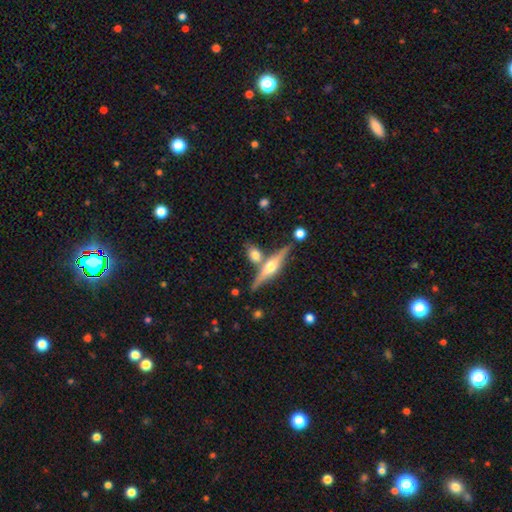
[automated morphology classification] type=featured or disk (54%); edge-on=yes (93%); edge-on bulge=rounded (92%); merging=none (64%).